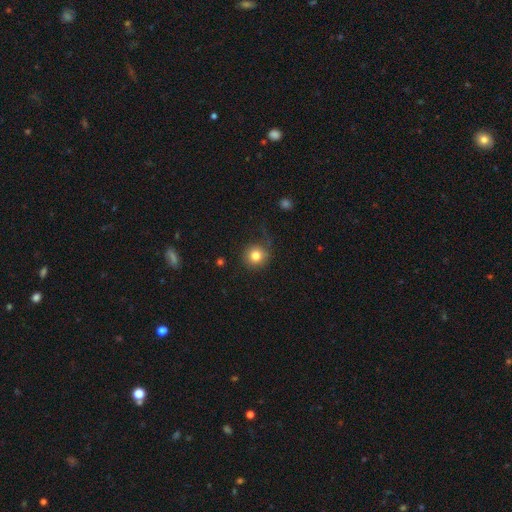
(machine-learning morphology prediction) Overall: smooth (80%). How rounded: round (93%). Merging: none (74%).